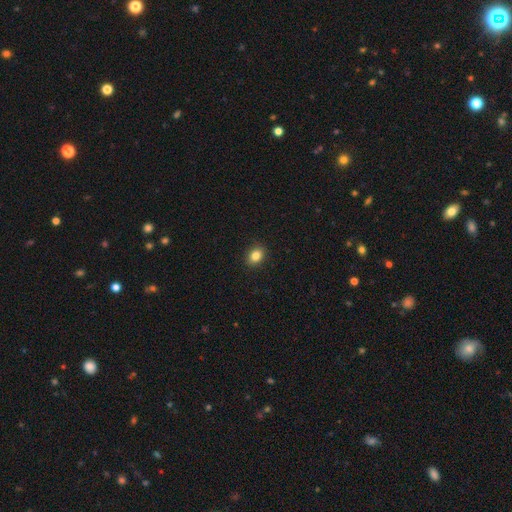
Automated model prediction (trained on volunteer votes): This is clearly a smooth galaxy (84%). How rounded: possibly in between (53%). Merging: clearly none (91%).